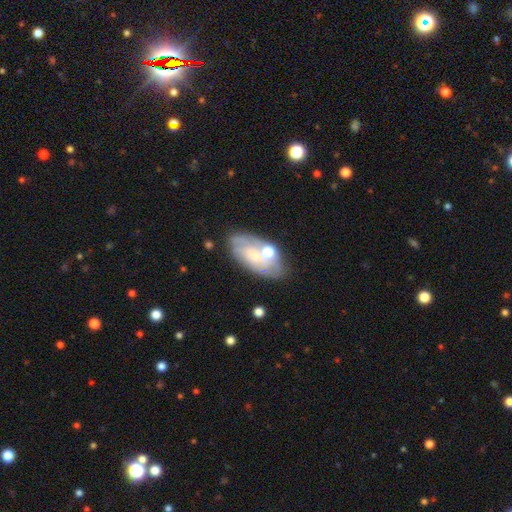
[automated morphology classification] smooth_or_featured: featured or disk (p=0.52) [alt: smooth p=0.39]
disk_edge_on: no (p=0.92) [alt: yes p=0.08]
merging: none (p=0.61) [alt: minor disturbance p=0.20]